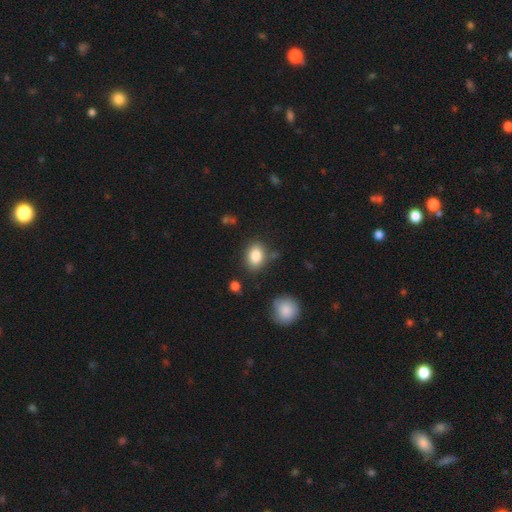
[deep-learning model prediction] A smooth galaxy with no disk features (84%) that is in between round and cigar-shaped (76%). Merging: none (79%).